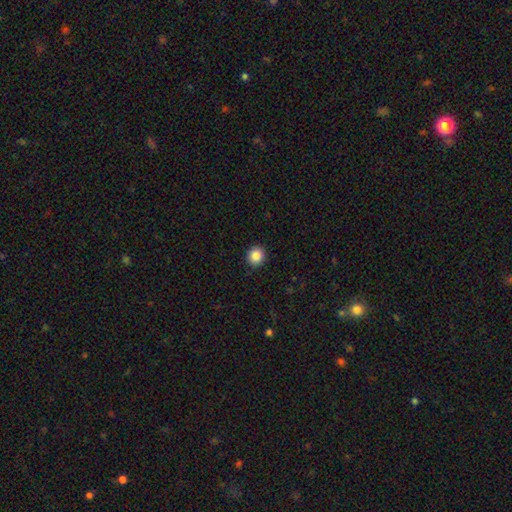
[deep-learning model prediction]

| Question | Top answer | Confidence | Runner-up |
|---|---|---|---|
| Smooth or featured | smooth | 87% | star or artifact (9%) |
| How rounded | round | 90% | in between (10%) |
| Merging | none | 92% | minor disturbance (6%) |